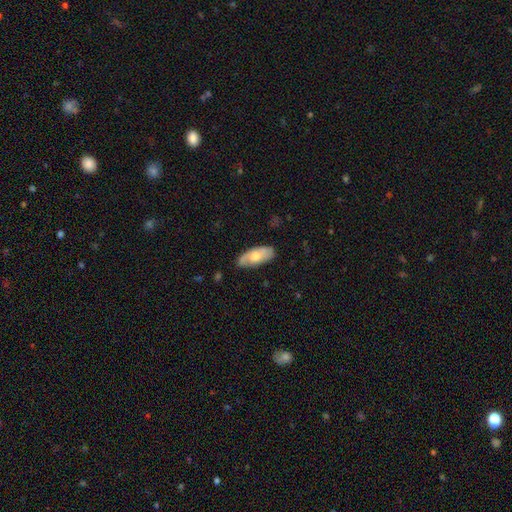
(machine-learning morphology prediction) Smooth or featured: smooth — 53% (featured or disk — 41%)
How rounded: in between — 83% (cigar-shaped — 14%)
Merging: none — 79% (minor disturbance — 17%)